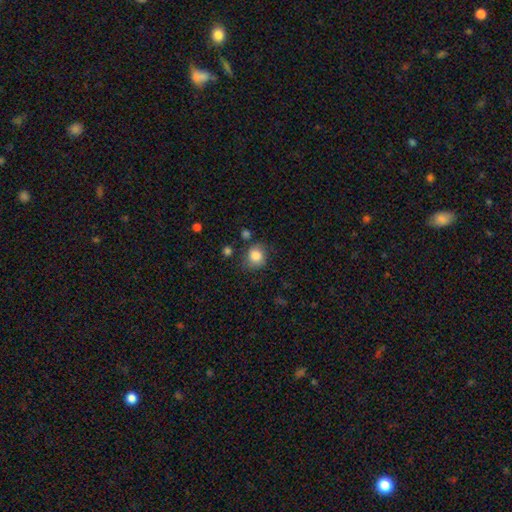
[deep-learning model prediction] Smooth or featured: smooth — 84% (star or artifact — 9%)
How rounded: round — 76% (in between — 23%)
Merging: none — 70% (minor disturbance — 20%)